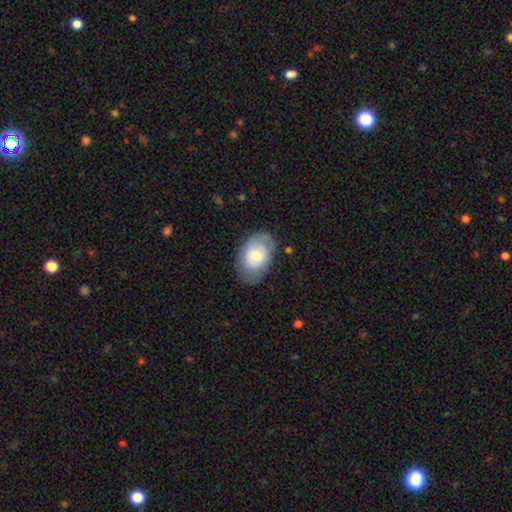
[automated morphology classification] smooth 60%, featured or disk 34%, star or artifact 6%. Down the decision tree: how rounded — in between (87%); merging — none (68%).